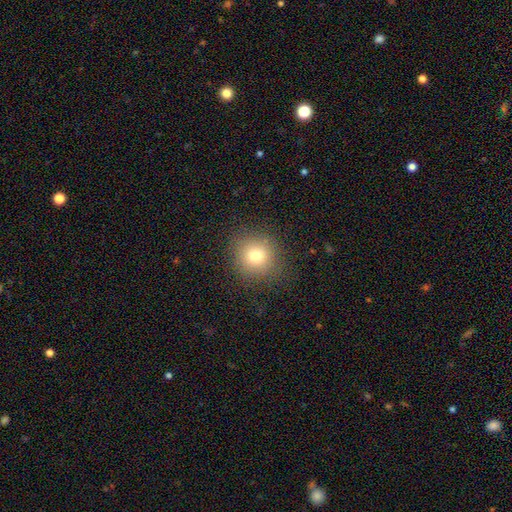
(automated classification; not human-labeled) Smooth or featured? Predicted: smooth (p=0.75). How rounded? Predicted: round (p=0.90). Merging? Predicted: none (p=0.86).